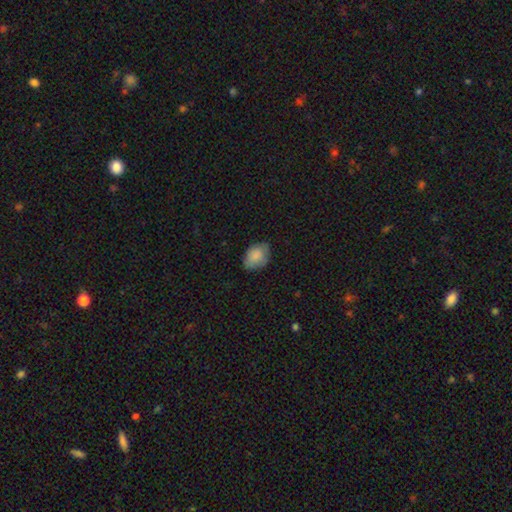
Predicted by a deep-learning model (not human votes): Q: Smooth or featured?
A: smooth (85%); runner-up: featured or disk (9%)
Q: How rounded?
A: in between (79%); runner-up: round (20%)
Q: Merging?
A: none (69%); runner-up: minor disturbance (26%)